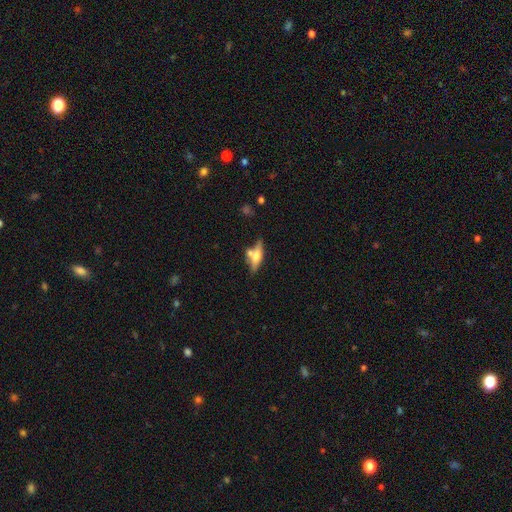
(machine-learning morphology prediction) type=featured or disk (48%); merging=none (57%).